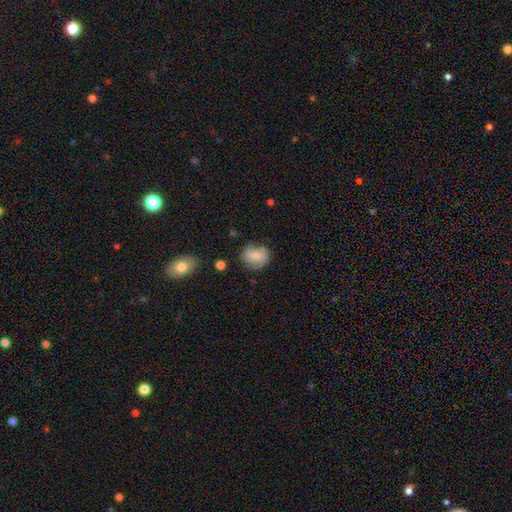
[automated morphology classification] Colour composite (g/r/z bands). It shows a smooth galaxy with no disk features (67%) that is round (72%). Merging: none (65%).